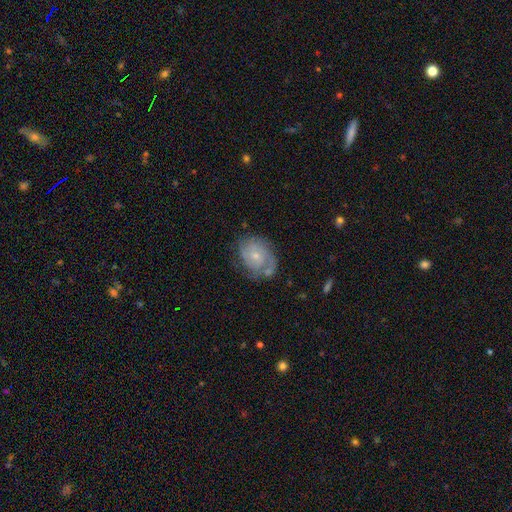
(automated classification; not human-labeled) Smooth or featured? featured or disk (71%)
Edge-on disk? no (97%)
Bar? no (72%)
Spiral arms? yes (89%)
Spiral winding? tight (55%)
Spiral arm count? 2 (35%)
Bulge size? small (68%)
Merging? none (60%)